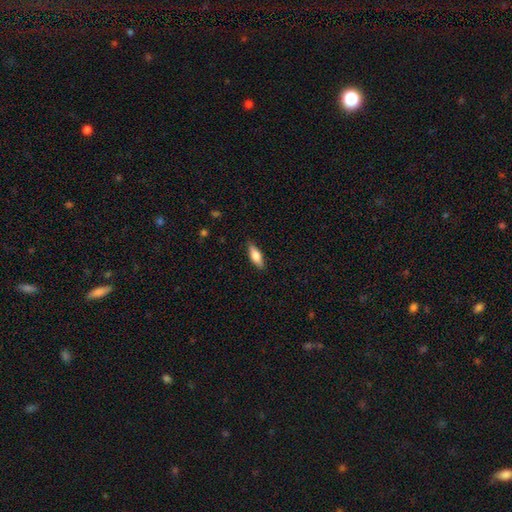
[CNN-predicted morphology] Q: Smooth or featured?
A: smooth (68%); runner-up: featured or disk (26%)
Q: How rounded?
A: in between (61%); runner-up: cigar-shaped (36%)
Q: Merging?
A: none (87%); runner-up: minor disturbance (10%)